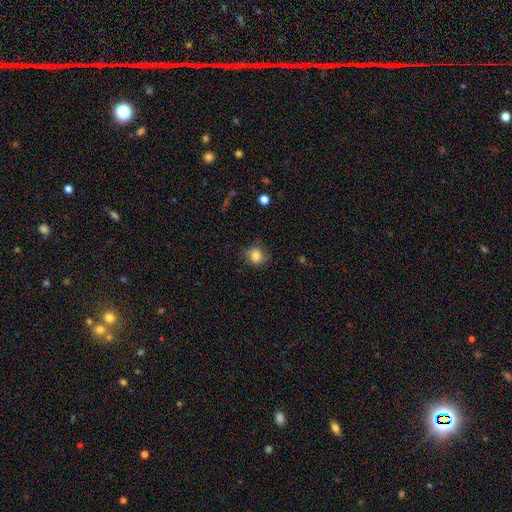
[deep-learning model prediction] Overall: smooth (76%). How rounded: round (80%). Merging: none (68%).